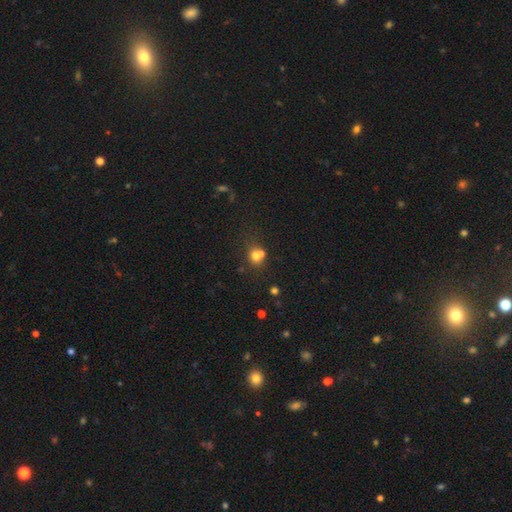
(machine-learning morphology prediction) A smooth galaxy with no disk features (68%) that is round (72%). Merging: merger (51%).